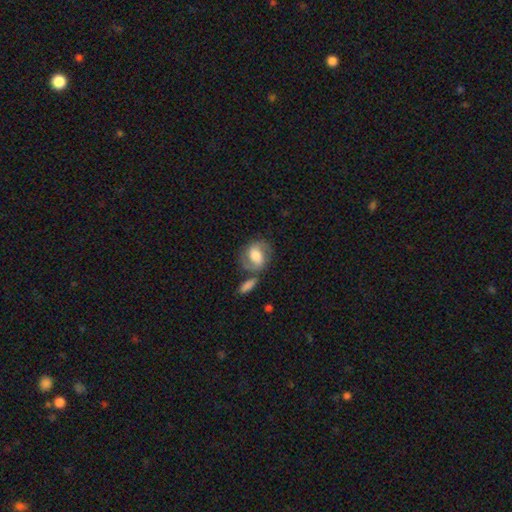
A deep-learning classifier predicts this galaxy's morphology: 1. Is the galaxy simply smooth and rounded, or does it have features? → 52% featured or disk, 41% smooth, 7% star or artifact.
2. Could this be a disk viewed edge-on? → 96% no, 4% yes.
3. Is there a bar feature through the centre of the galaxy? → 44% weak, 28% strong, 28% no.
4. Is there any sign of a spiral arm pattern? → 82% yes, 18% no.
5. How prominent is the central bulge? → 49% moderate, 32% large, 12% small, 4% none, 3% dominant.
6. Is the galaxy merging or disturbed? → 61% none, 17% minor disturbance, 15% merger, 8% major disturbance.